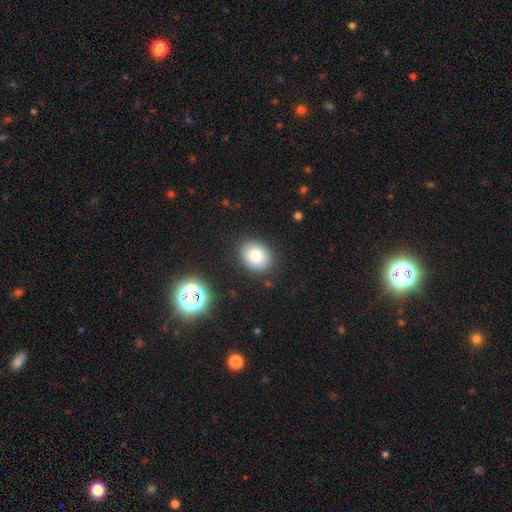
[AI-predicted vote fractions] Q: Smooth or featured?
A: smooth (80%); runner-up: star or artifact (10%)
Q: How rounded?
A: in between (53%); runner-up: round (46%)
Q: Merging?
A: none (87%); runner-up: minor disturbance (9%)